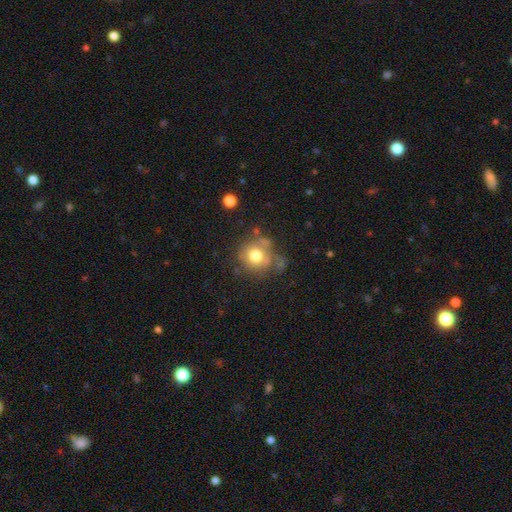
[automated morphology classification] type=smooth (71%); roundness=round (86%); merging=none (57%).